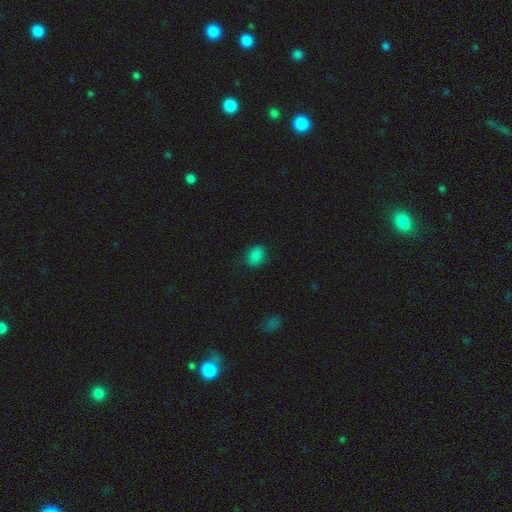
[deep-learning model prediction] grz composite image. It shows a smooth galaxy with no disk features (84%) that is in between round and cigar-shaped (54%). Merging: none (83%).